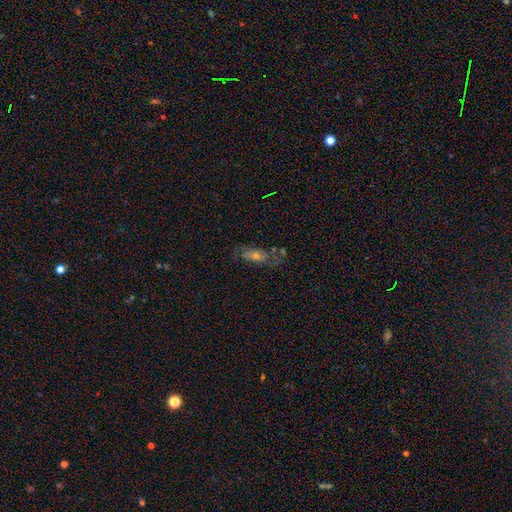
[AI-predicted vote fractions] A featured or disk galaxy (54%). Merging: none (65%).